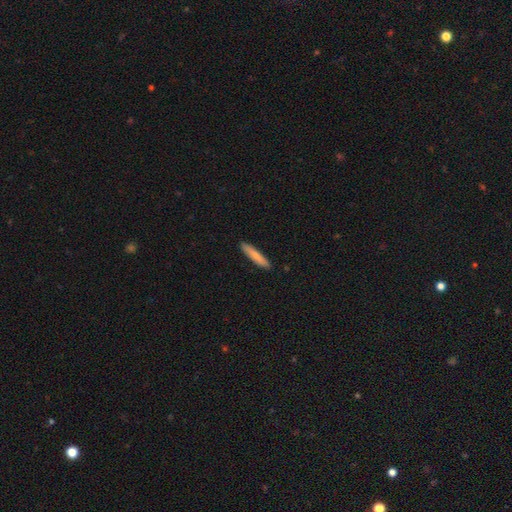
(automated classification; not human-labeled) Smooth or featured?
  - smooth: 77% *
  - featured or disk: 17%
  - star or artifact: 5%
How rounded?
  - cigar-shaped: 89% *
  - in between: 10%
  - round: 1%
Merging?
  - none: 91% *
  - minor disturbance: 7%
  - major disturbance: 1%
  - merger: 1%